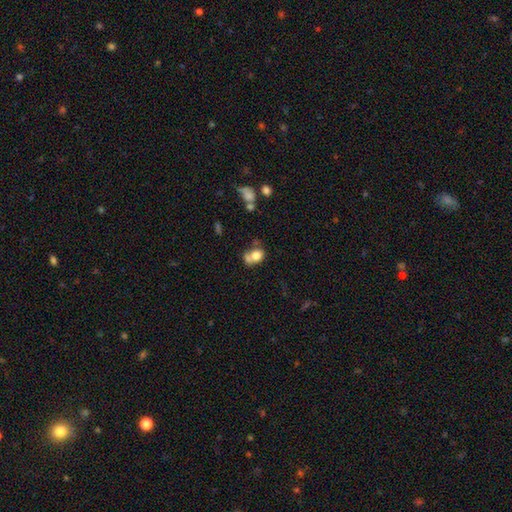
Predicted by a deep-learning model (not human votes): Morphology: type=smooth (74%); roundness=in between (51%); merging=merger (40%).